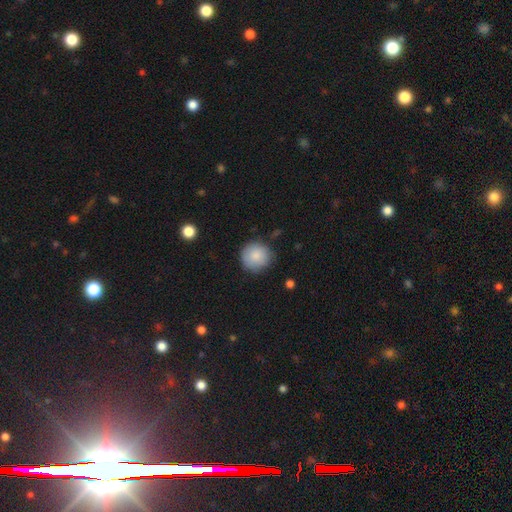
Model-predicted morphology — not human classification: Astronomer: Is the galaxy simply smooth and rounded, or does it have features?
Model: smooth — 85%.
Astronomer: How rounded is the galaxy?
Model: round — 93%.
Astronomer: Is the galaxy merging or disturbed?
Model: none — 80%.